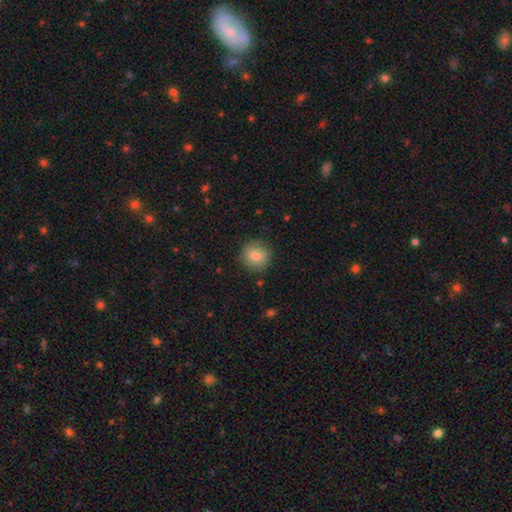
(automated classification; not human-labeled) A smooth galaxy with no disk features (79%) that is round (90%). Merging: none (85%).